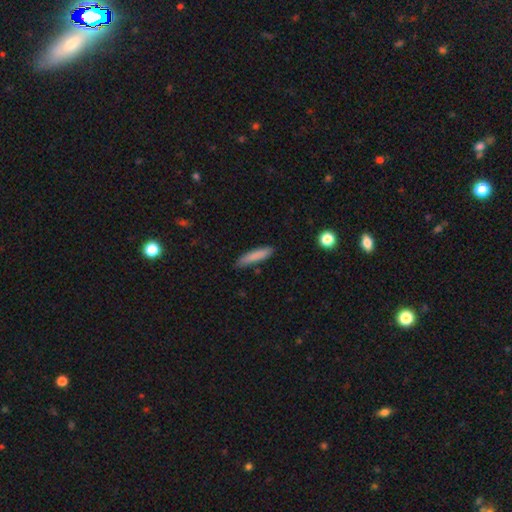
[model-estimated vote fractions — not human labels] A smooth galaxy with no disk features (83%) that is cigar-shaped (84%). Merging: none (83%).